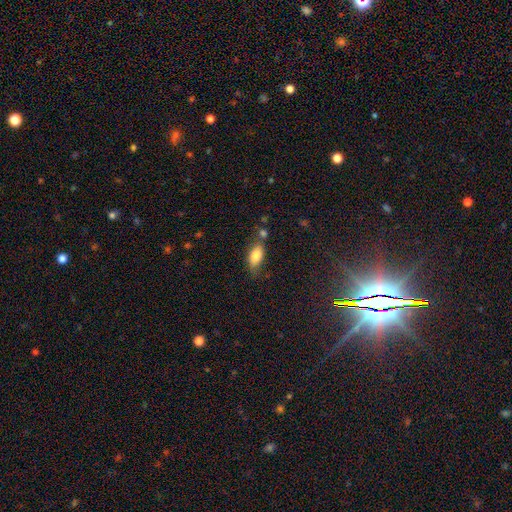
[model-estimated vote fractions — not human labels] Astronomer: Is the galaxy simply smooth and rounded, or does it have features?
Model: smooth — 81%.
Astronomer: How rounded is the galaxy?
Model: in between — 88%.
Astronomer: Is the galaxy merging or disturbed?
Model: none — 62%.